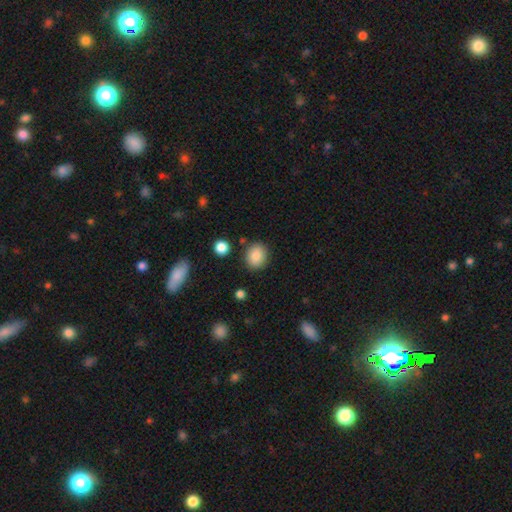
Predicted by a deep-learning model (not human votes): Smooth or featured? smooth (86%)
How rounded? round (70%)
Merging? none (85%)